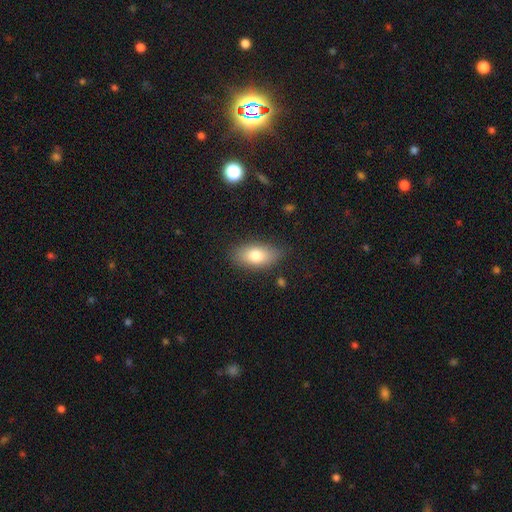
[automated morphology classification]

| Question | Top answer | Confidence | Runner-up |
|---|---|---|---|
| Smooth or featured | smooth | 77% | featured or disk (15%) |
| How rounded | in between | 89% | round (6%) |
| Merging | none | 80% | minor disturbance (15%) |